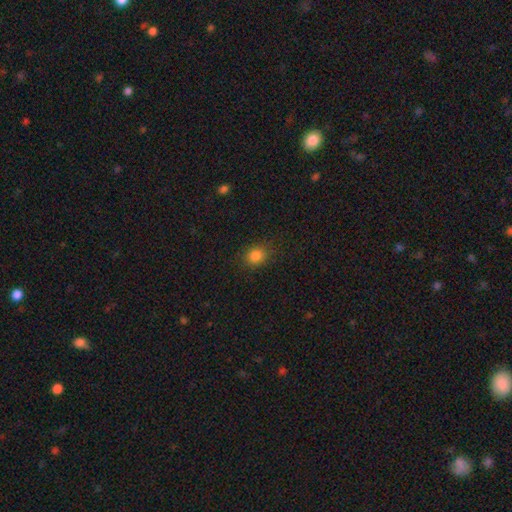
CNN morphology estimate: smooth-or-featured: smooth: 83% | star or artifact: 12% | featured or disk: 4%
  how-rounded: round: 65% | in between: 33% | cigar-shaped: 1%
  merging: none: 84% | minor disturbance: 11% | major disturbance: 3% | merger: 1%